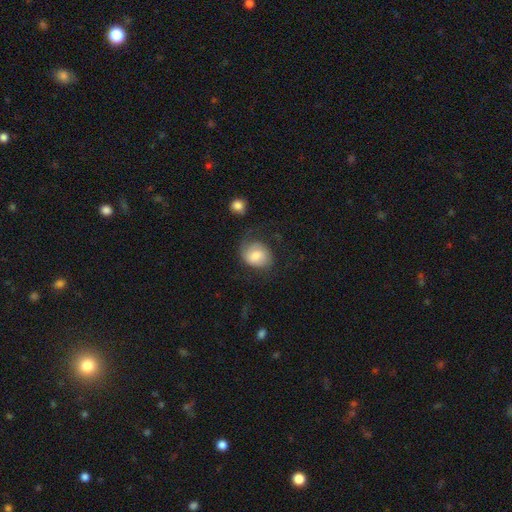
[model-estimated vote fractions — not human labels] smooth 60%, featured or disk 32%, star or artifact 8%. Down the decision tree: how rounded — round (52%); merging — none (53%).